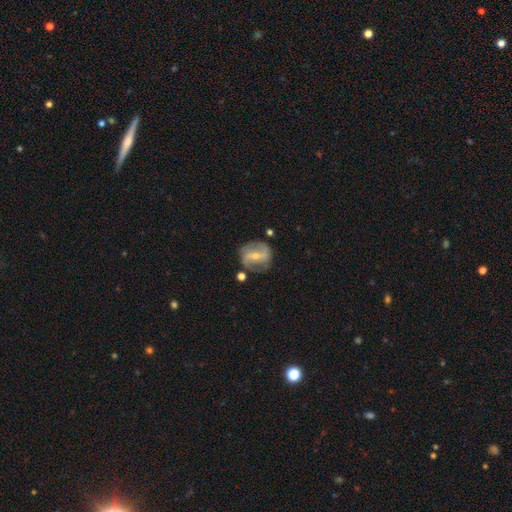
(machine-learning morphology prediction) Smooth or featured: featured or disk — 79% (smooth — 15%)
Edge-on disk: no — 96% (yes — 4%)
Bar: strong — 55% (weak — 32%)
Spiral arms: yes — 86% (no — 14%)
Spiral winding: medium — 44% (loose — 34%)
Spiral arm count: 2 — 87% (can't tell — 7%)
Bulge size: small — 61% (moderate — 34%)
Merging: none — 74% (minor disturbance — 16%)